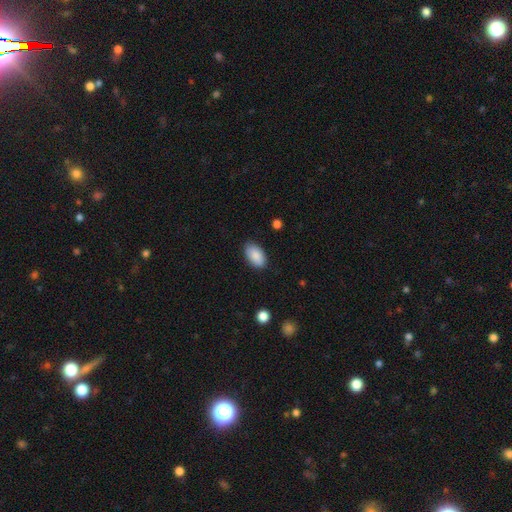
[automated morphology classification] smooth 88%, star or artifact 6%, featured or disk 5%. Down the decision tree: how rounded — in between (94%); merging — none (84%).